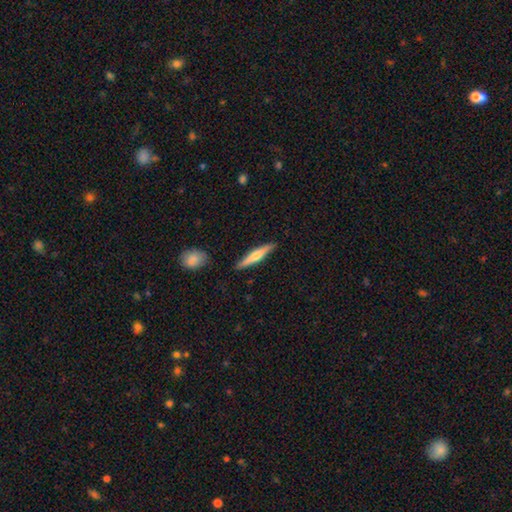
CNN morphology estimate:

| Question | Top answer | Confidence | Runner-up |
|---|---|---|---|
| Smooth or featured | smooth | 48% | featured or disk (47%) |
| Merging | none | 88% | minor disturbance (8%) |